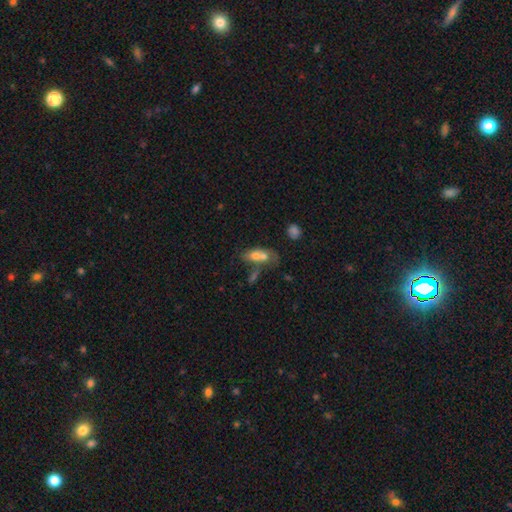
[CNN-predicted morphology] Q: Smooth or featured?
A: smooth (64%); runner-up: featured or disk (26%)
Q: How rounded?
A: in between (75%); runner-up: round (15%)
Q: Merging?
A: merger (63%); runner-up: none (20%)